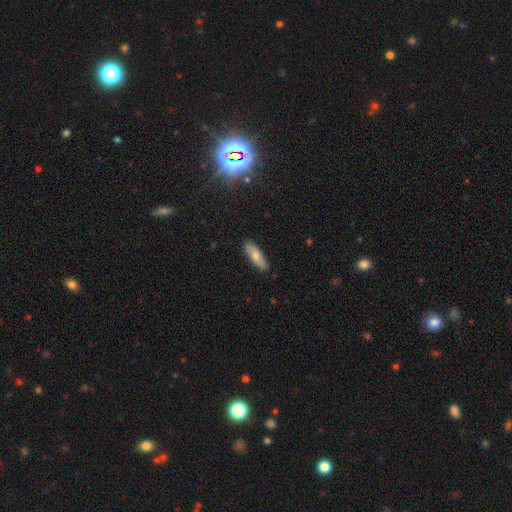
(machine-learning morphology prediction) A smooth galaxy with no disk features (66%) that is in between round and cigar-shaped (56%). Merging: none (86%).